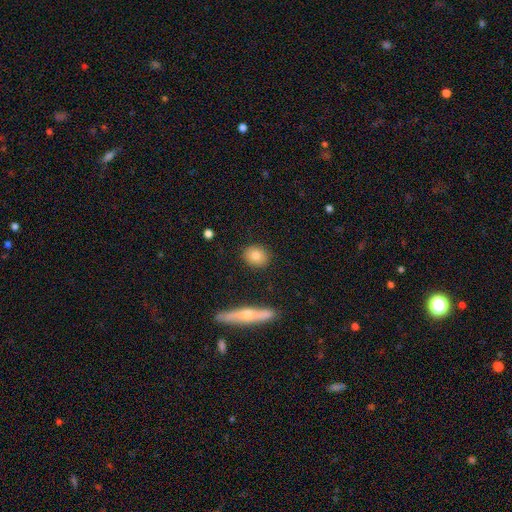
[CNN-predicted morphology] Smooth or featured?
  - smooth: 80% *
  - featured or disk: 12%
  - star or artifact: 8%
How rounded?
  - round: 67% *
  - in between: 30%
  - cigar-shaped: 3%
Merging?
  - none: 89% *
  - minor disturbance: 7%
  - major disturbance: 2%
  - merger: 2%